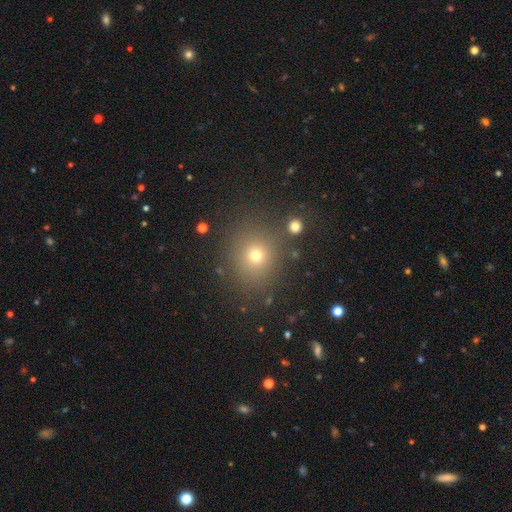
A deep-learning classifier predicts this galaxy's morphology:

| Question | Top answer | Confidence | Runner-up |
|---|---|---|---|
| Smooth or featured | smooth | 68% | star or artifact (23%) |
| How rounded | round | 83% | in between (16%) |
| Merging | none | 84% | minor disturbance (9%) |